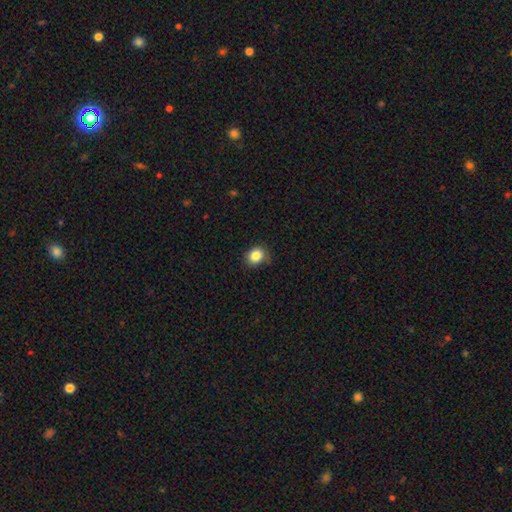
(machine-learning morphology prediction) smooth_or_featured: smooth (p=0.85) [alt: star or artifact p=0.10]
how_rounded: round (p=0.68) [alt: in between p=0.32]
merging: none (p=0.81) [alt: minor disturbance p=0.15]